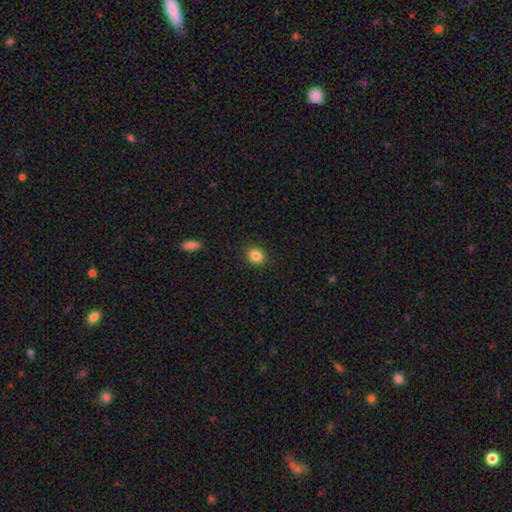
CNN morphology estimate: smooth-or-featured: smooth: 86% | star or artifact: 10% | featured or disk: 4%
  how-rounded: round: 65% | in between: 34% | cigar-shaped: 1%
  merging: none: 89% | minor disturbance: 7% | major disturbance: 2% | merger: 1%